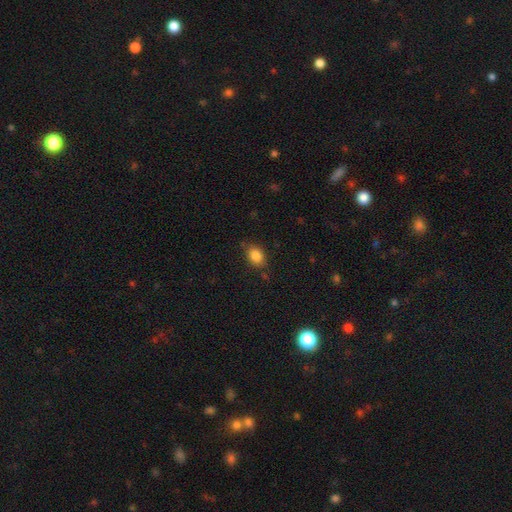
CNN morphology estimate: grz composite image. It shows a smooth galaxy with no disk features (86%) that is in between round and cigar-shaped (72%). Merging: none (77%).